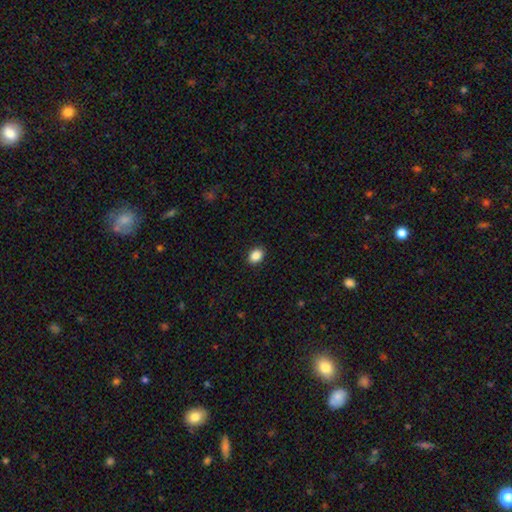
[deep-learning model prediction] smooth-or-featured: smooth: 87% | star or artifact: 9% | featured or disk: 4%
  how-rounded: in between: 68% | round: 31% | cigar-shaped: 1%
  merging: none: 90% | minor disturbance: 7% | major disturbance: 2% | merger: 1%